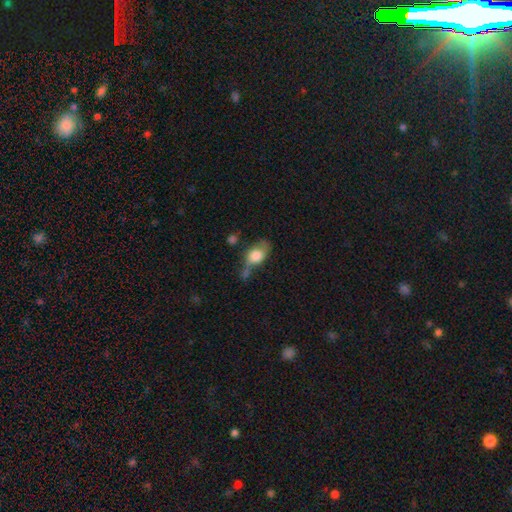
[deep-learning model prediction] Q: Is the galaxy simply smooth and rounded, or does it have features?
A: smooth — 57%.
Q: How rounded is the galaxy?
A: in between — 66%.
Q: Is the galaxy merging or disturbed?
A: none — 33%.